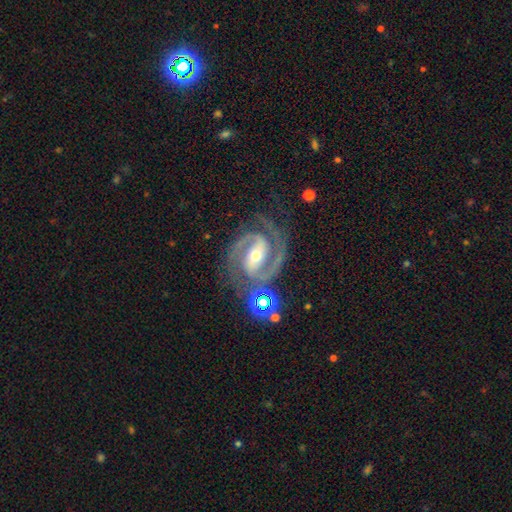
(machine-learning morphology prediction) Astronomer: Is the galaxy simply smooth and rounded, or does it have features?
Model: featured or disk — 92%.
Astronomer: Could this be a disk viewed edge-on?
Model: no — 98%.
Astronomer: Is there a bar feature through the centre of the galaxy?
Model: strong — 51% (runner-up: weak, 33%).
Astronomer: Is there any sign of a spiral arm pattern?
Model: yes — 98%.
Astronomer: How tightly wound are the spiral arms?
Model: medium — 53% (runner-up: tight, 41%).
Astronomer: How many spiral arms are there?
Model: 2 — 90%.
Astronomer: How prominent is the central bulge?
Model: moderate — 60%.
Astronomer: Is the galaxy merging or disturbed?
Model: none — 76%.